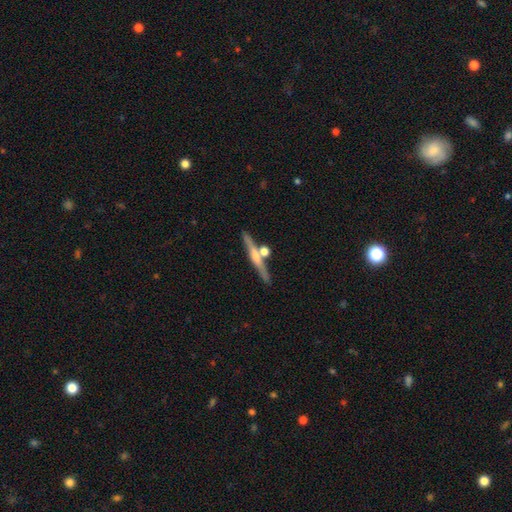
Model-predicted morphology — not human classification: A featured or disk galaxy (62%) viewed edge-on (95%) with a rounded central bulge (74%).

Vote fractions:
- Smooth or featured? featured or disk: 62% / smooth: 31% / star or artifact: 7%
- Edge-on disk? yes: 95% / no: 5%
- Edge-on bulge? rounded: 74% / none: 19% / boxy: 7%
- Merging? none: 75% / merger: 13% / minor disturbance: 9% / major disturbance: 3%